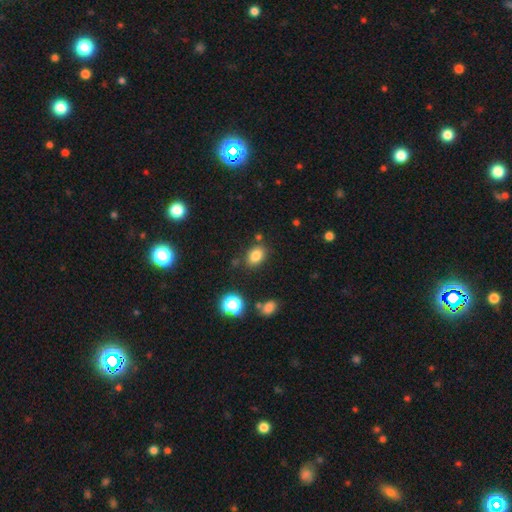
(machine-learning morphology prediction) This is clearly a smooth galaxy (82%). How rounded: likely in between (75%). Merging: likely none (79%).